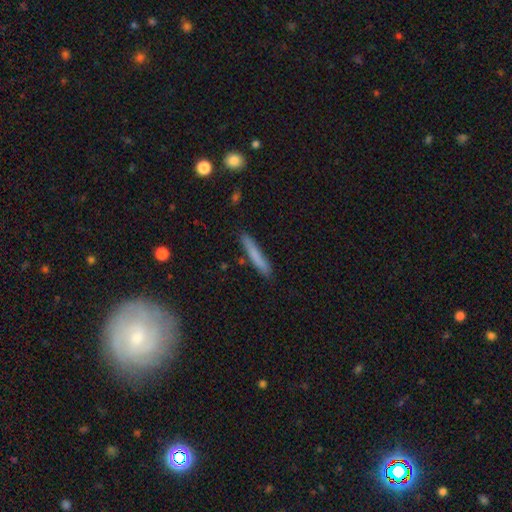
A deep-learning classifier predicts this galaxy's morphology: This is likely a smooth galaxy (75%). How rounded: clearly cigar-shaped (95%). Merging: clearly none (86%).